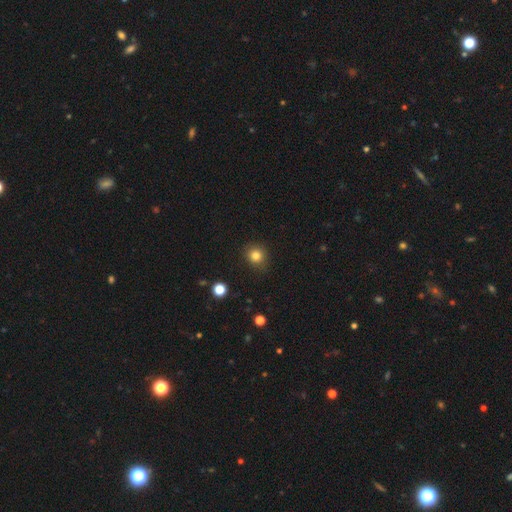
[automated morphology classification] Smooth or featured? Predicted: smooth (p=0.83). How rounded? Predicted: round (p=0.85). Merging? Predicted: none (p=0.86).